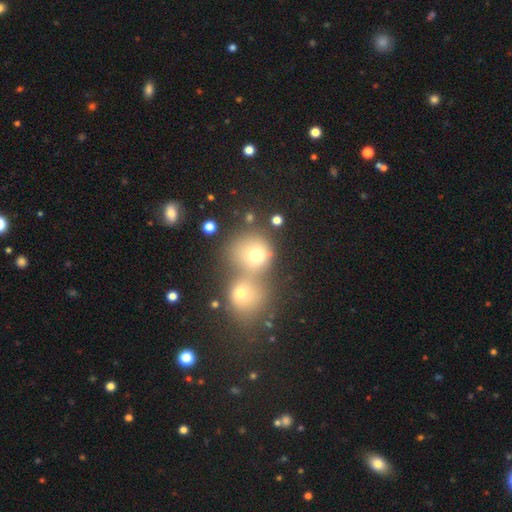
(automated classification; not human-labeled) Morphology: type=smooth (66%); roundness=round (79%); merging=merger (57%).